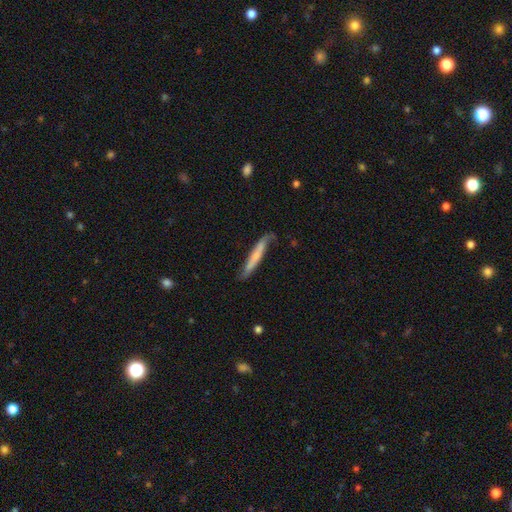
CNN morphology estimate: Smooth or featured? Predicted: smooth (p=0.56). How rounded? Predicted: cigar-shaped (p=0.94). Merging? Predicted: none (p=0.64).